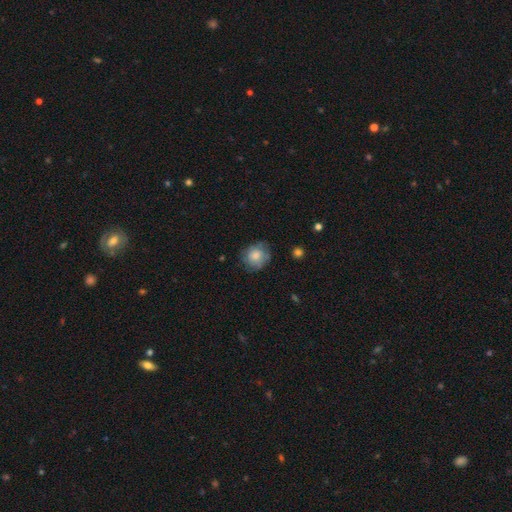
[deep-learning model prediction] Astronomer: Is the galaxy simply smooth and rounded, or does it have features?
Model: smooth — 77%.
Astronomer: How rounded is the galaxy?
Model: round — 80%.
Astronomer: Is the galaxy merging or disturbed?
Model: none — 71%.